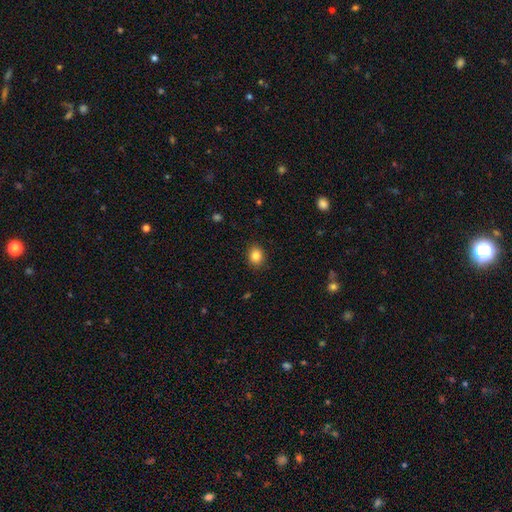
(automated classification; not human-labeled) Morphology: type=smooth (85%); roundness=round (59%); merging=none (89%).